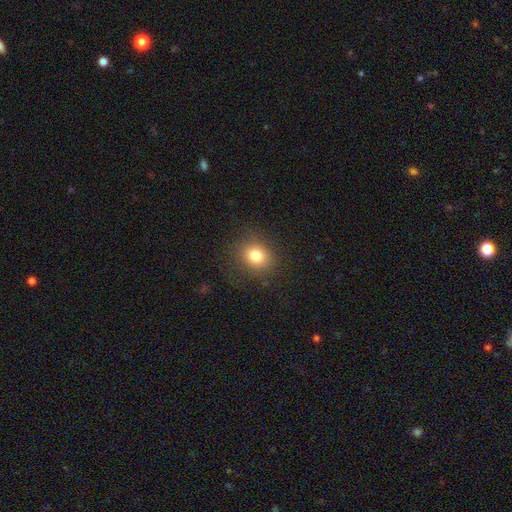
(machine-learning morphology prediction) This is clearly a smooth galaxy (80%). How rounded: likely round (70%). Merging: clearly none (83%).